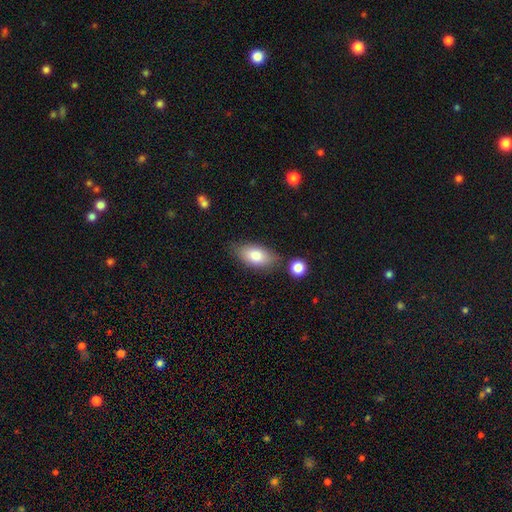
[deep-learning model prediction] This is clearly a smooth galaxy (80%). How rounded: clearly in between (91%). Merging: likely none (71%).